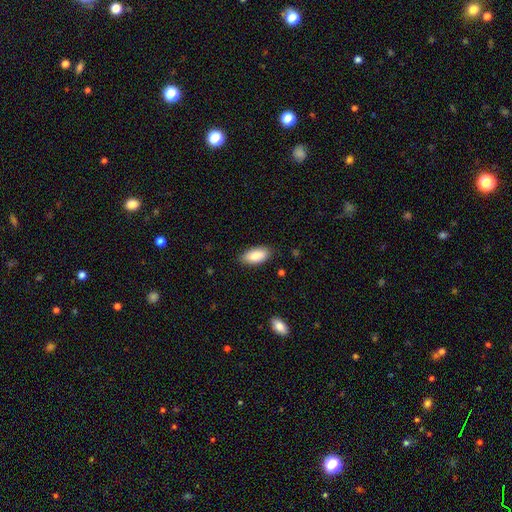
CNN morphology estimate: Smooth or featured: smooth — 85% (featured or disk — 9%)
How rounded: in between — 91% (cigar-shaped — 7%)
Merging: none — 85% (minor disturbance — 12%)